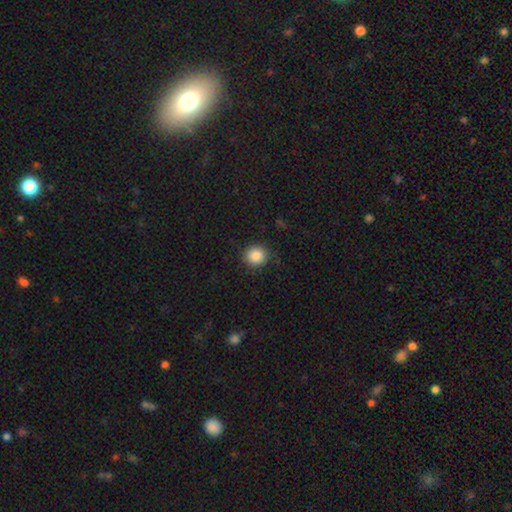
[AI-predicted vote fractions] Smooth or featured? Predicted: smooth (p=0.87). How rounded? Predicted: round (p=0.88). Merging? Predicted: none (p=0.88).